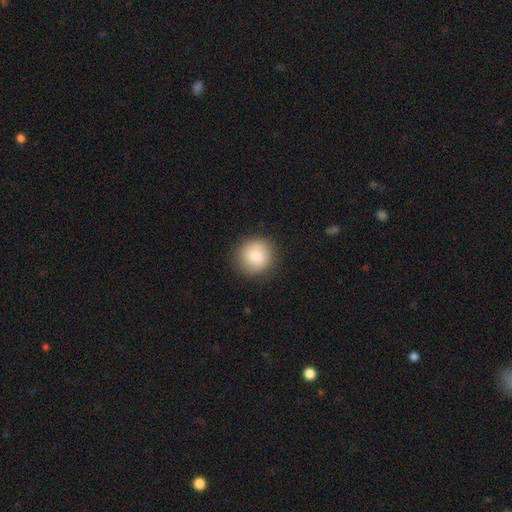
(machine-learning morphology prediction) smooth 82%, featured or disk 10%, star or artifact 7%. Down the decision tree: how rounded — round (92%); merging — none (88%).